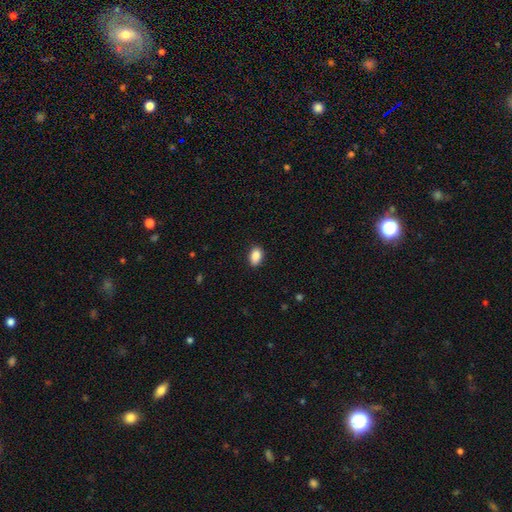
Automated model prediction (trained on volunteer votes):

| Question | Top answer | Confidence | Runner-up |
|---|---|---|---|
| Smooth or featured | smooth | 89% | star or artifact (8%) |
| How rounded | in between | 86% | round (13%) |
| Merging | none | 86% | minor disturbance (11%) |